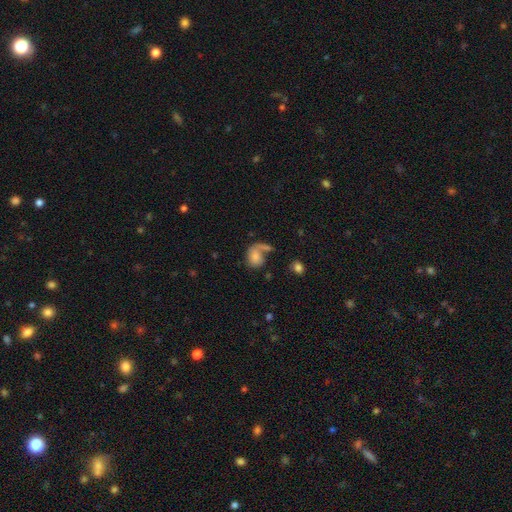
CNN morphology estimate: The model was most divided on "merging": none: 35%, merger: 27%, major disturbance: 22%, minor disturbance: 16%. More confident: smooth or featured — smooth (70%); how rounded — in between (61%).